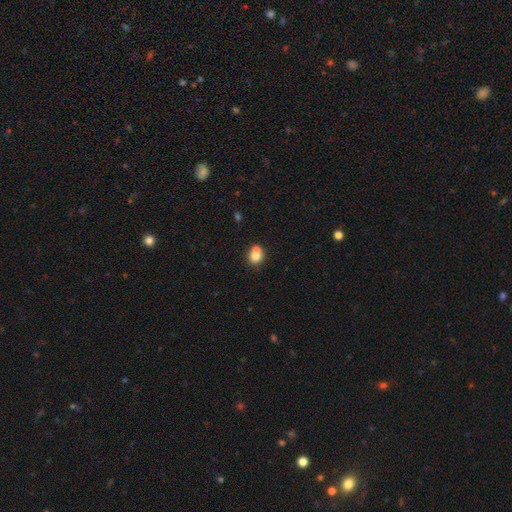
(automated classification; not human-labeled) smooth 76%, featured or disk 14%, star or artifact 10%. Down the decision tree: how rounded — round (76%); merging — merger (46%).